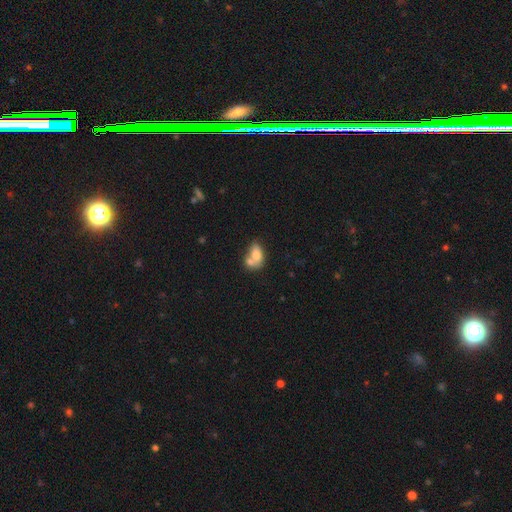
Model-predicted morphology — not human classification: Smooth or featured: smooth — 74% (featured or disk — 18%)
How rounded: in between — 84% (round — 13%)
Merging: merger — 59% (none — 24%)